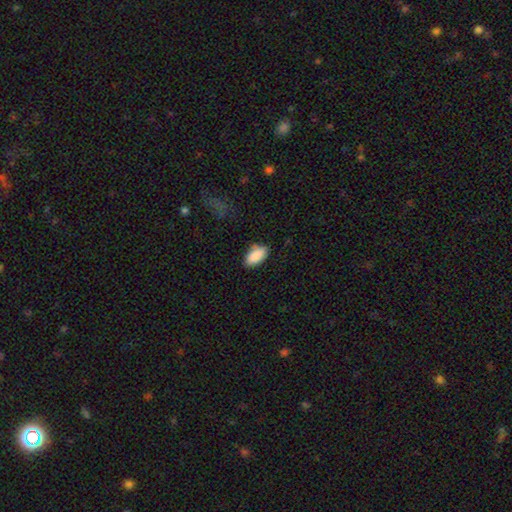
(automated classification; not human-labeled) Smooth or featured: smooth — 89% (star or artifact — 7%)
How rounded: in between — 93% (cigar-shaped — 4%)
Merging: none — 78% (minor disturbance — 17%)